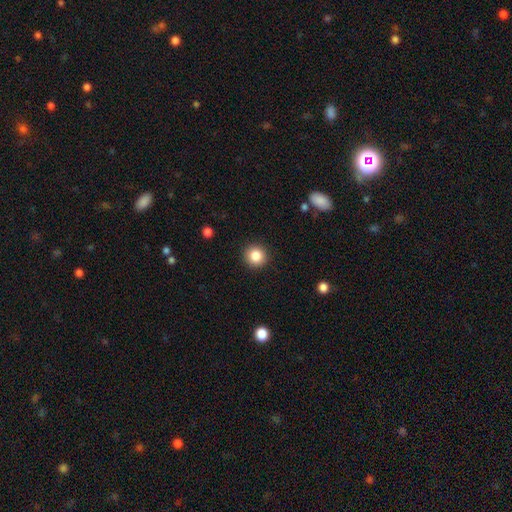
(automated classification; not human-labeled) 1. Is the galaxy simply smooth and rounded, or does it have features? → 84% smooth, 10% star or artifact, 5% featured or disk.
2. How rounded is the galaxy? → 94% round, 5% in between, 1% cigar-shaped.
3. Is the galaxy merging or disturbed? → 92% none, 5% minor disturbance, 2% major disturbance, 1% merger.